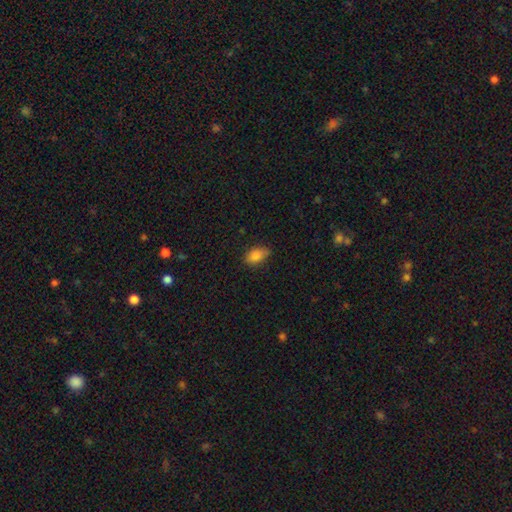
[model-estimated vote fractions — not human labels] This is clearly a smooth galaxy (86%). How rounded: clearly in between (89%). Merging: likely none (73%).